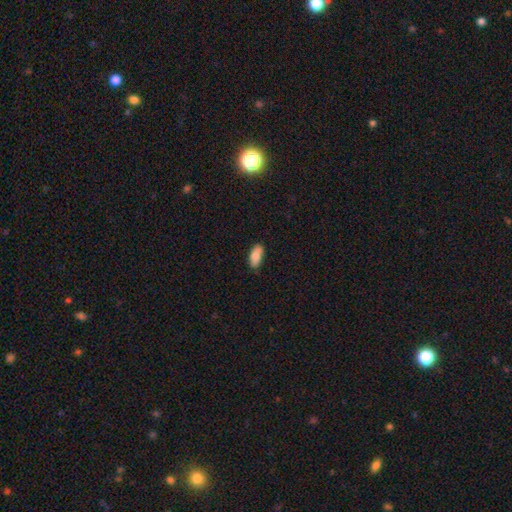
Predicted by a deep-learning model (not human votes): Q: Smooth or featured?
A: smooth (84%); runner-up: featured or disk (9%)
Q: How rounded?
A: in between (88%); runner-up: cigar-shaped (10%)
Q: Merging?
A: none (79%); runner-up: minor disturbance (16%)